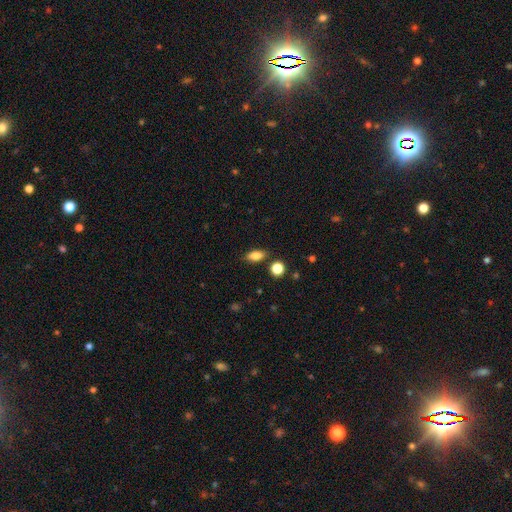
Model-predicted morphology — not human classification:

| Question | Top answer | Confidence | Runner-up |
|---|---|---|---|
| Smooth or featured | smooth | 83% | star or artifact (9%) |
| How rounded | in between | 83% | cigar-shaped (9%) |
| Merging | none | 83% | minor disturbance (11%) |